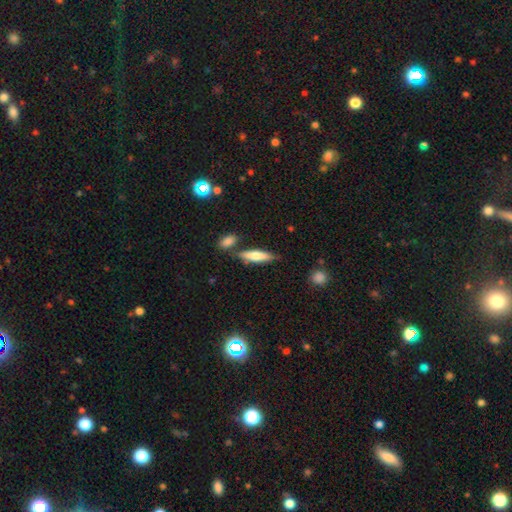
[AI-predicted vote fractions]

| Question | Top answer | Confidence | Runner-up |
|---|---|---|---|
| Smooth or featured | smooth | 64% | featured or disk (30%) |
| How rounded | cigar-shaped | 68% | in between (30%) |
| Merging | none | 70% | minor disturbance (14%) |